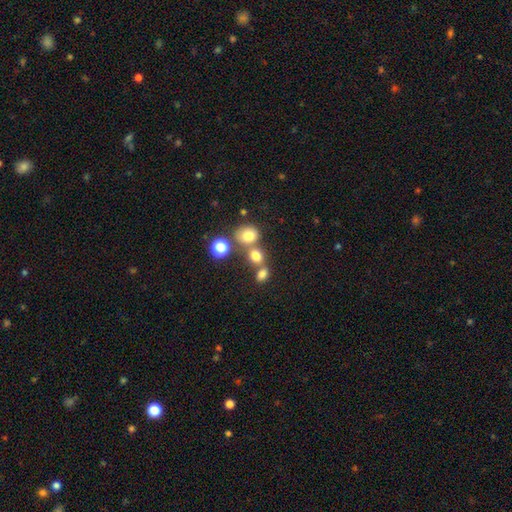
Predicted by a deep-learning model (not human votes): This is likely a smooth galaxy (75%). How rounded: likely round (64%). Merging: possibly none (49%).